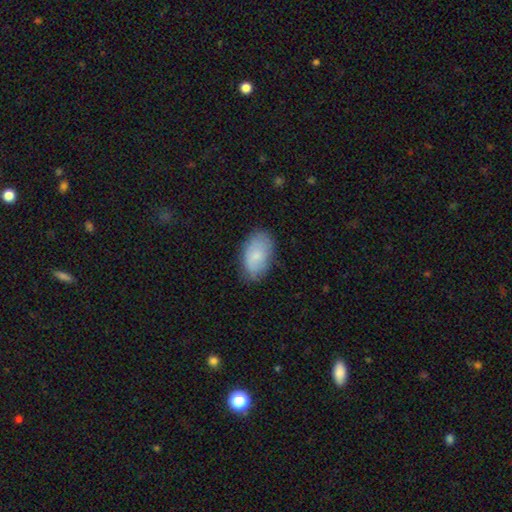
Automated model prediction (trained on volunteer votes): smooth_or_featured: smooth (p=0.79) [alt: featured or disk p=0.15]
how_rounded: in between (p=0.93) [alt: round p=0.05]
merging: none (p=0.74) [alt: minor disturbance p=0.21]